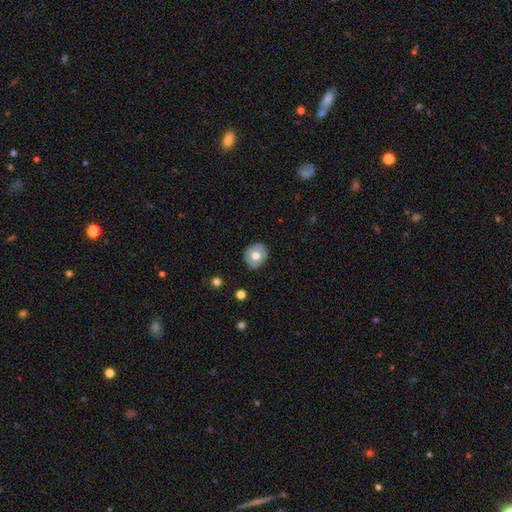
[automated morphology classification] Smooth or featured? smooth (54%)
How rounded? round (71%)
Merging? none (84%)